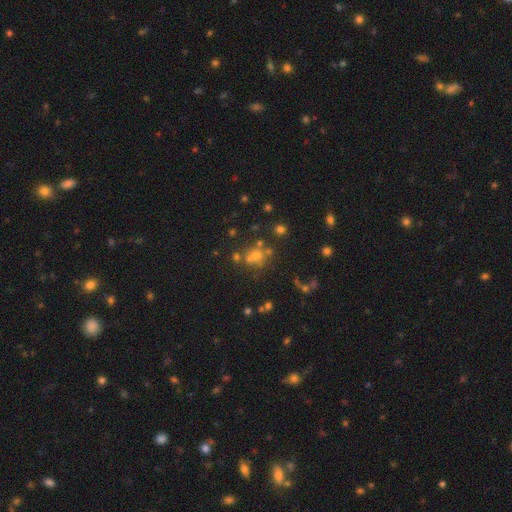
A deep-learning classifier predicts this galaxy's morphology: Smooth or featured: smooth — 49% (star or artifact — 34%)
Merging: none — 58% (merger — 25%)